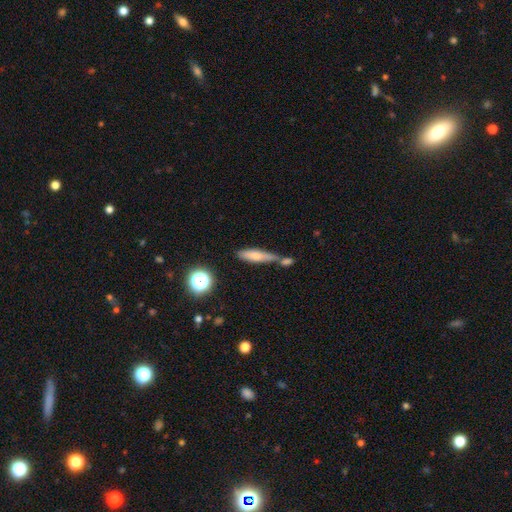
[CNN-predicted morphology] Smooth or featured?
  - smooth: 68% *
  - featured or disk: 22%
  - star or artifact: 10%
How rounded?
  - cigar-shaped: 70% *
  - in between: 26%
  - round: 4%
Merging?
  - none: 41% *
  - merger: 35%
  - minor disturbance: 16%
  - major disturbance: 7%